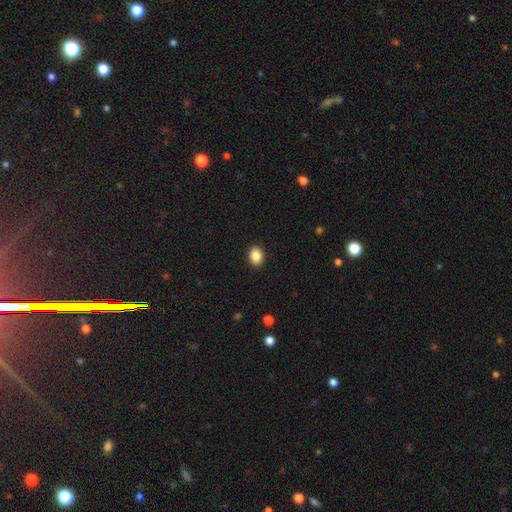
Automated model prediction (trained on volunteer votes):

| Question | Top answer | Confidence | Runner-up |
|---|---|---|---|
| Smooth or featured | smooth | 87% | star or artifact (9%) |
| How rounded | in between | 65% | round (34%) |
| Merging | none | 91% | minor disturbance (6%) |